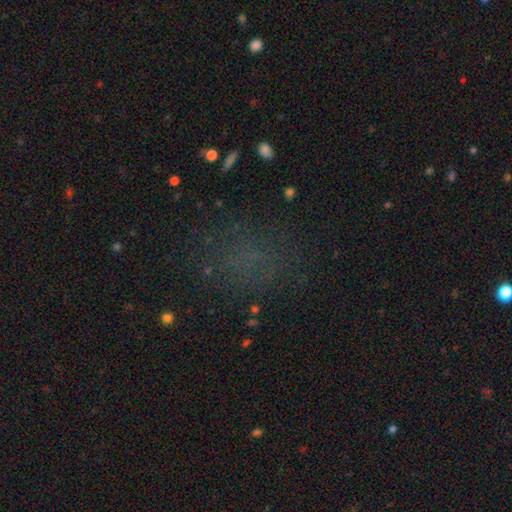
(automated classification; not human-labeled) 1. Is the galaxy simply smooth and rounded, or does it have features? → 43% smooth, 37% star or artifact, 19% featured or disk.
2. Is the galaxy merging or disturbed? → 63% none, 18% major disturbance, 16% minor disturbance, 3% merger.